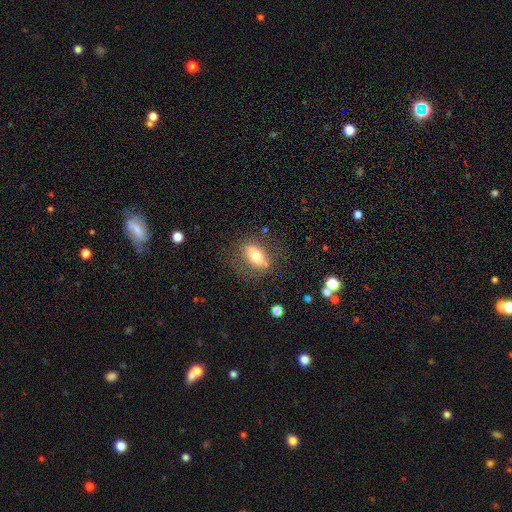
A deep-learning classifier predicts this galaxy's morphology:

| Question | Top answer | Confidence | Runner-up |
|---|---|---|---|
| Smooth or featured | smooth | 62% | featured or disk (29%) |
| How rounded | in between | 79% | round (11%) |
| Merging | none | 74% | minor disturbance (16%) |